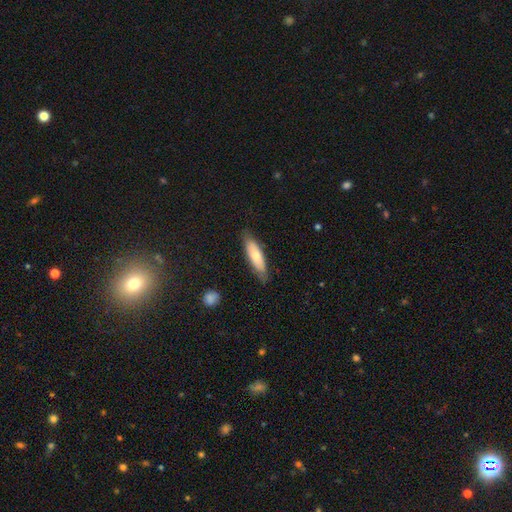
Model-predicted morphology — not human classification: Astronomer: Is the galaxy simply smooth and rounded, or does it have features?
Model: smooth — 68%.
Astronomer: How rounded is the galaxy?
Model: cigar-shaped — 58% (runner-up: in between, 41%).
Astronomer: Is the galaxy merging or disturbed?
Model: none — 80%.